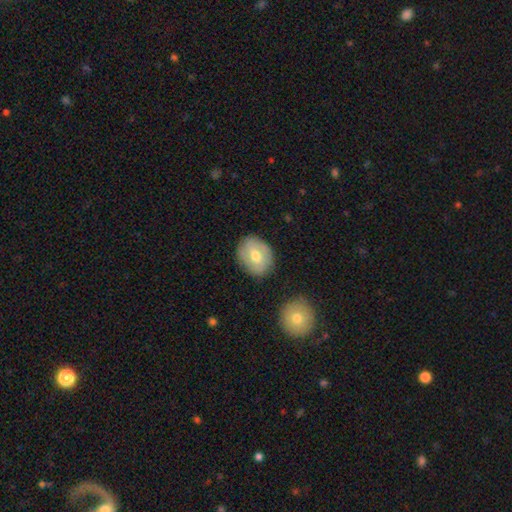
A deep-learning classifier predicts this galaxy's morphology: type=smooth (51%); roundness=in between (55%); merging=none (81%).